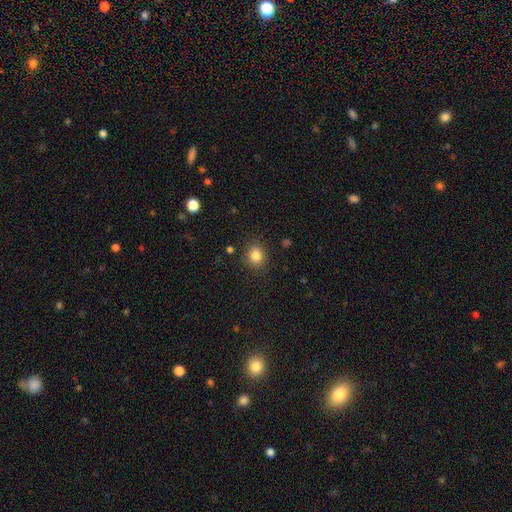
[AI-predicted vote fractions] The model was most divided on "how rounded": round: 75%, in between: 24%, cigar-shaped: 1%. More confident: merging — none (87%); smooth or featured — smooth (83%).